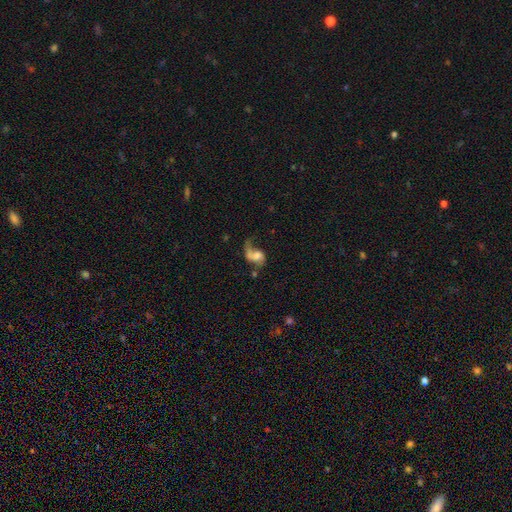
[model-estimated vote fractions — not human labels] Morphology: type=featured or disk (53%); edge-on=no (97%); bar=no (69%); spiral arms=yes (78%); bulge=moderate (31%); merging=major disturbance (46%).